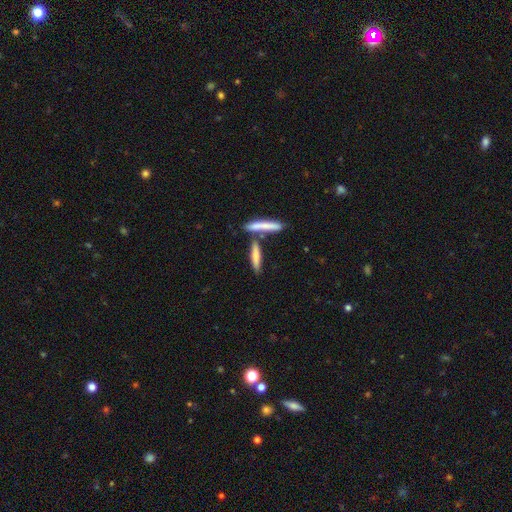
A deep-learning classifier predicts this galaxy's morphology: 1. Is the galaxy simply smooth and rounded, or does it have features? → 70% smooth, 24% featured or disk, 7% star or artifact.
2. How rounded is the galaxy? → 84% cigar-shaped, 14% in between, 2% round.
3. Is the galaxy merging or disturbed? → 65% none, 22% merger, 11% minor disturbance, 3% major disturbance.